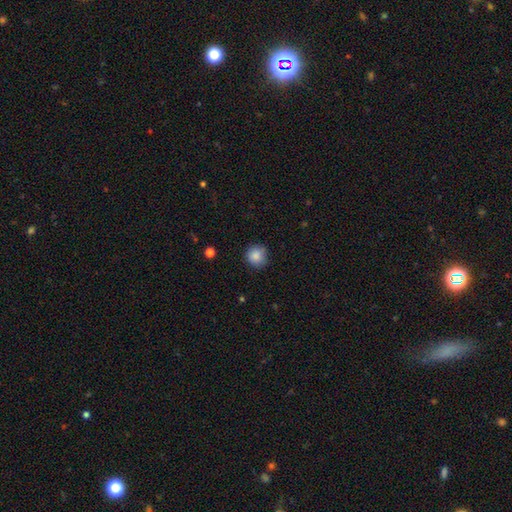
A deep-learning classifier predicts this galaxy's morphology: Smooth or featured: smooth — 88% (star or artifact — 9%)
How rounded: round — 93% (in between — 6%)
Merging: none — 85% (minor disturbance — 12%)